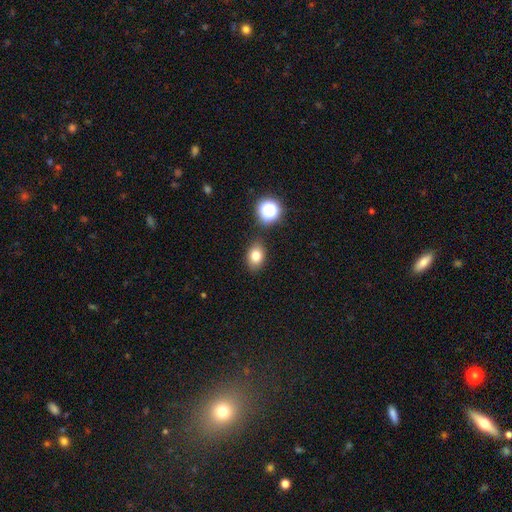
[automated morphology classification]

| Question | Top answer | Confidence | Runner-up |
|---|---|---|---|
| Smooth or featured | smooth | 78% | star or artifact (13%) |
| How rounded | in between | 71% | round (28%) |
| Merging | none | 83% | minor disturbance (10%) |